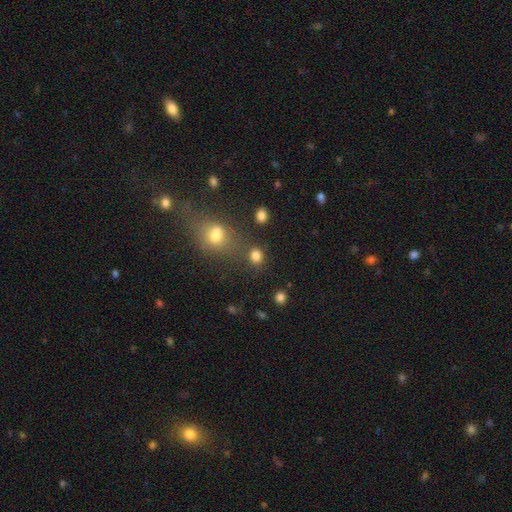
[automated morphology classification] smooth_or_featured: smooth (p=0.81) [alt: star or artifact p=0.13]
how_rounded: round (p=0.70) [alt: in between p=0.29]
merging: none (p=0.70) [alt: merger p=0.15]